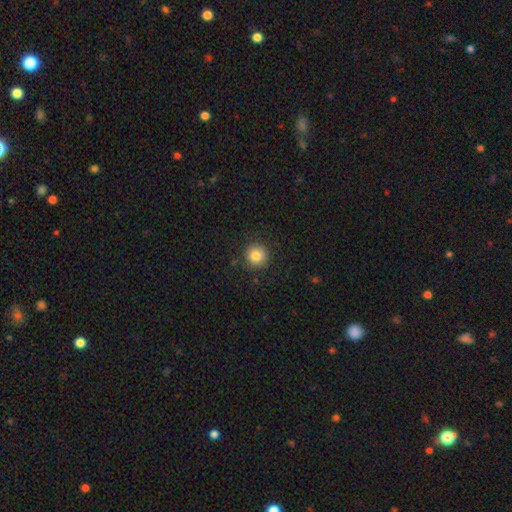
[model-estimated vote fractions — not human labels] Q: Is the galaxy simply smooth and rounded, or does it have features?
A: smooth — 83%.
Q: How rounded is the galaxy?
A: round — 94%.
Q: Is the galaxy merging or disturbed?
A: none — 90%.